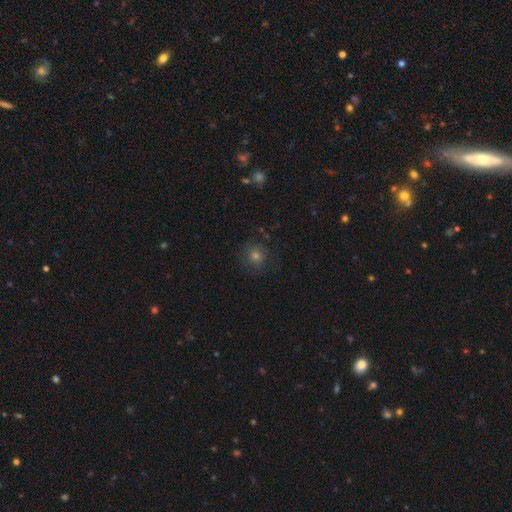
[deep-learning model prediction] This appears to be a smooth galaxy with no disk features (63%) that is round (92%). Merging: none (85%).